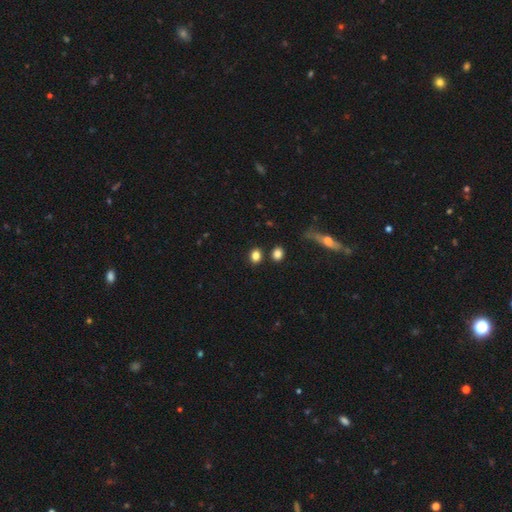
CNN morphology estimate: Smooth or featured?
  - smooth: 83% *
  - star or artifact: 11%
  - featured or disk: 6%
How rounded?
  - round: 51% *
  - in between: 47%
  - cigar-shaped: 1%
Merging?
  - none: 79% *
  - merger: 9%
  - minor disturbance: 8%
  - major disturbance: 3%